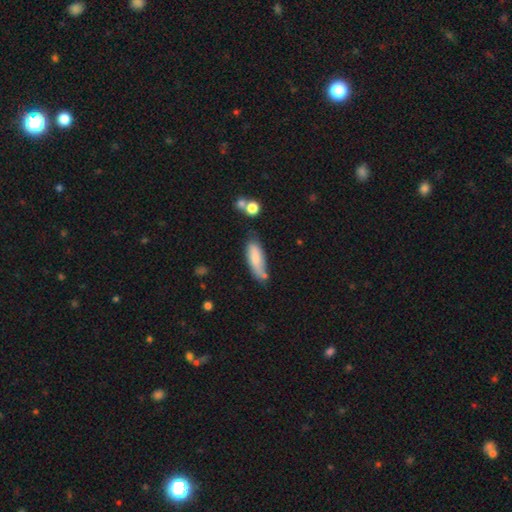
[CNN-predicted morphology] Smooth or featured? smooth (70%)
How rounded? in between (54%)
Merging? none (58%)